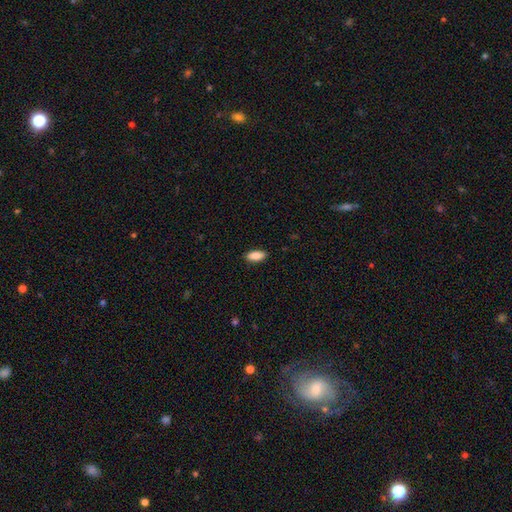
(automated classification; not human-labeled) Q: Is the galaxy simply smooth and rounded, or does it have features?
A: smooth — 89%.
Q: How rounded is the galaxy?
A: in between — 83%.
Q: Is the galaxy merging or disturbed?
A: none — 88%.